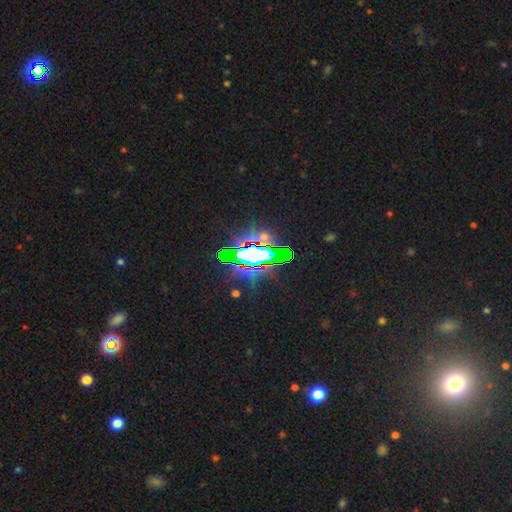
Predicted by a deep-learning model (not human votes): Q: Smooth or featured?
A: star or artifact (60%); runner-up: featured or disk (21%)